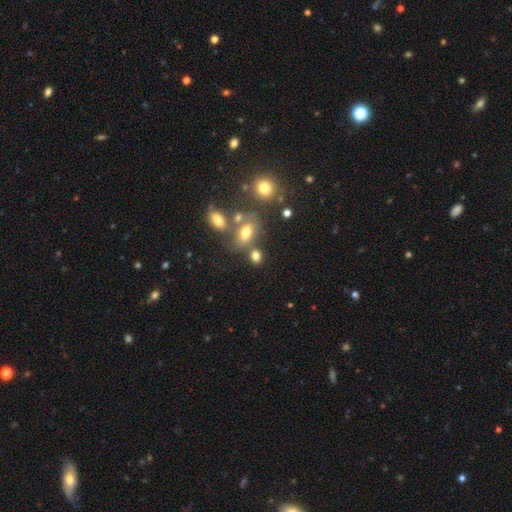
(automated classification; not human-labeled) This is likely a smooth galaxy (73%). How rounded: likely in between (64%). Merging: possibly none (56%).